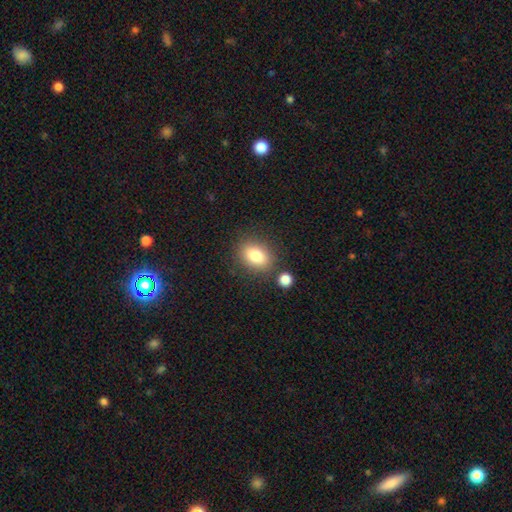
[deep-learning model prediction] smooth_or_featured: smooth (p=0.82) [alt: star or artifact p=0.09]
how_rounded: in between (p=0.76) [alt: round p=0.22]
merging: none (p=0.77) [alt: minor disturbance p=0.11]